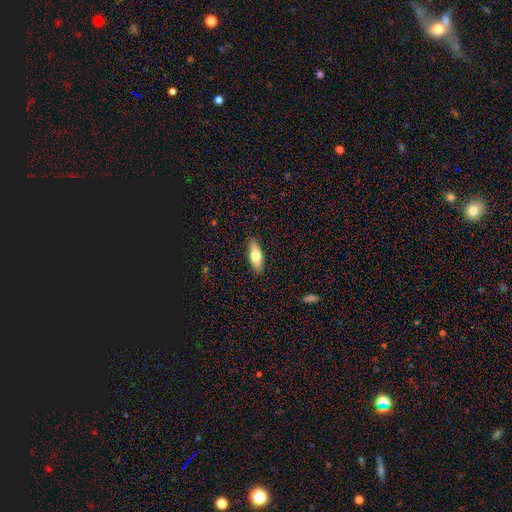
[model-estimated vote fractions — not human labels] A smooth galaxy with no disk features (72%) that is in between round and cigar-shaped (64%). Merging: none (88%).